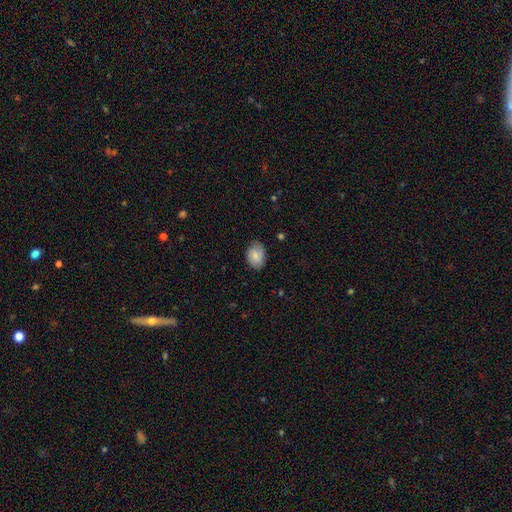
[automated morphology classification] Smooth or featured: smooth — 70% (featured or disk — 22%)
How rounded: in between — 77% (round — 22%)
Merging: none — 75% (minor disturbance — 20%)